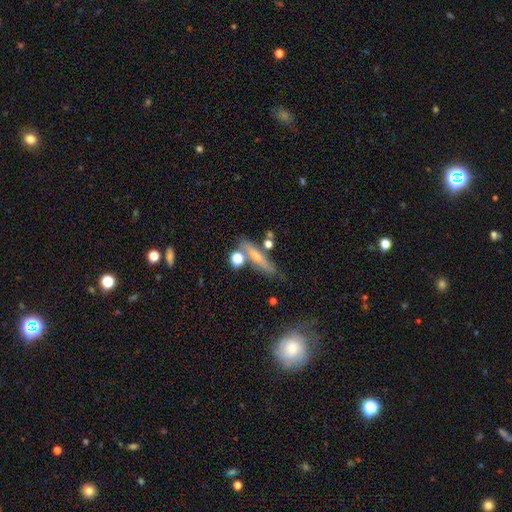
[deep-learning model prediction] smooth-or-featured: featured or disk: 47% | smooth: 43% | star or artifact: 11%
  merging: none: 68% | minor disturbance: 15% | merger: 12% | major disturbance: 5%